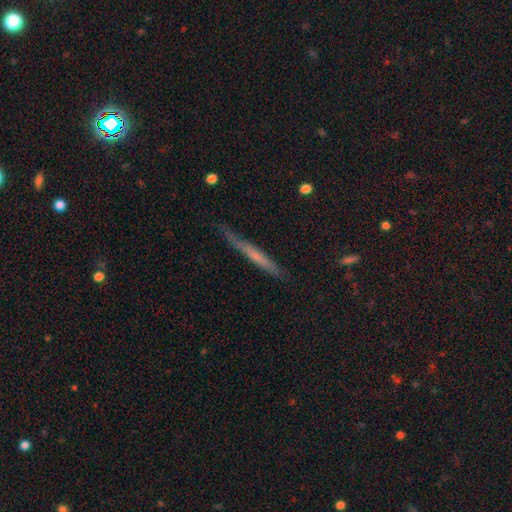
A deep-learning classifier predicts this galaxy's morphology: smooth_or_featured: featured or disk (p=0.50) [alt: smooth p=0.42]
disk_edge_on: yes (p=0.94) [alt: no p=0.06]
merging: none (p=0.77) [alt: minor disturbance p=0.18]